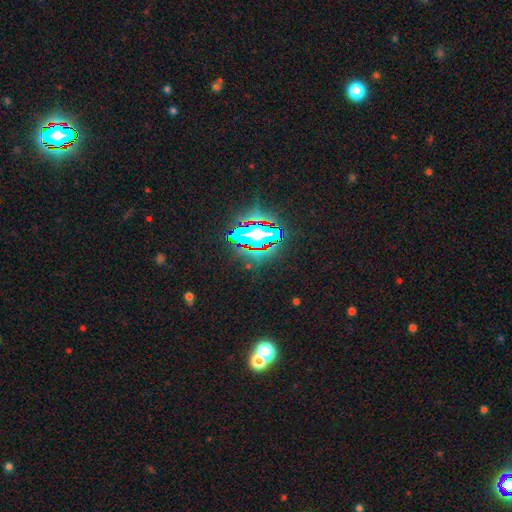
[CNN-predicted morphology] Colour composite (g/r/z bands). It shows a star or artifact, not a galaxy (73%).